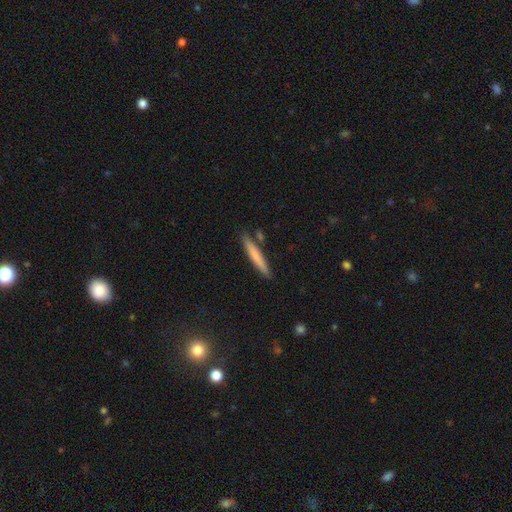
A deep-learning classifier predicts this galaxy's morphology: This is likely a smooth galaxy (70%). How rounded: clearly cigar-shaped (95%). Merging: clearly none (85%).